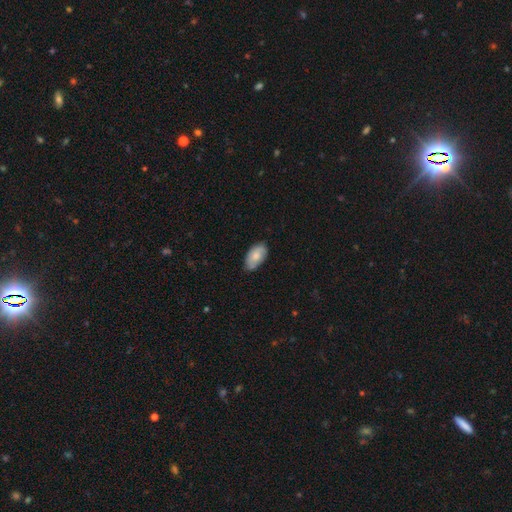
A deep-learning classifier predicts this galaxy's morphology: A smooth galaxy with no disk features (75%) that is in between round and cigar-shaped (94%).

Vote fractions:
- Smooth or featured? smooth: 75% / featured or disk: 19% / star or artifact: 6%
- How rounded? in between: 94% / round: 4% / cigar-shaped: 2%
- Merging? none: 72% / minor disturbance: 23% / major disturbance: 3% / merger: 1%